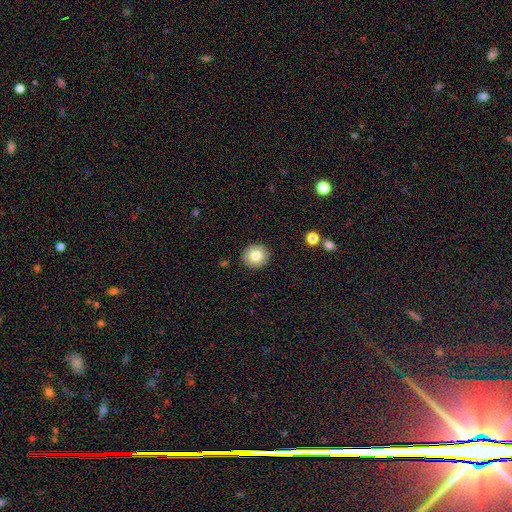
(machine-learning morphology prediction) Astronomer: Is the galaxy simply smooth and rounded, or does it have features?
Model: smooth — 80%.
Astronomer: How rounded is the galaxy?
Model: round — 88%.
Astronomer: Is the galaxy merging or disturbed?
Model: none — 91%.